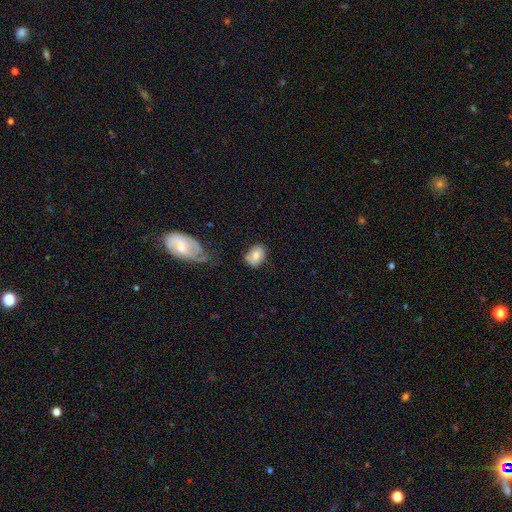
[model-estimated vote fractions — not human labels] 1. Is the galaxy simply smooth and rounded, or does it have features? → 72% smooth, 20% featured or disk, 8% star or artifact.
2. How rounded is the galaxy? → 71% in between, 27% round, 1% cigar-shaped.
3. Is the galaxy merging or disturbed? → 66% none, 23% minor disturbance, 7% major disturbance, 5% merger.